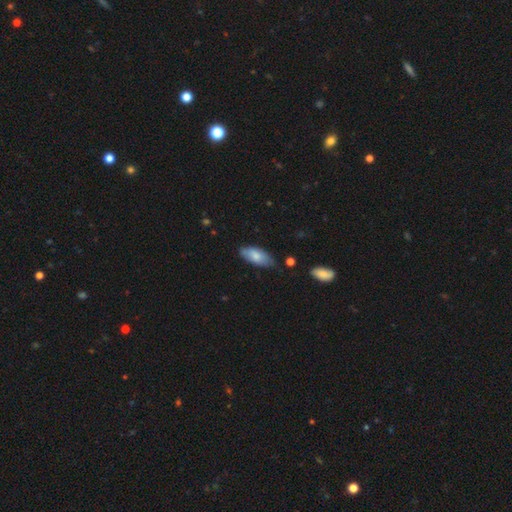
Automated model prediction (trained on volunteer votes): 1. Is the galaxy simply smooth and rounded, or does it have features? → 78% smooth, 16% featured or disk, 6% star or artifact.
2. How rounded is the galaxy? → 86% in between, 12% cigar-shaped, 2% round.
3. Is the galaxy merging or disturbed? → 66% none, 27% minor disturbance, 4% major disturbance, 2% merger.